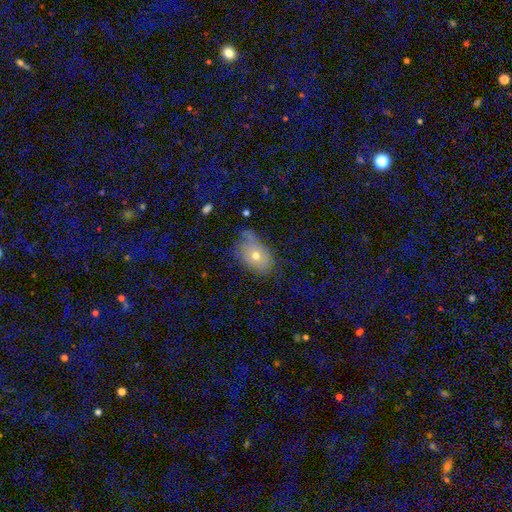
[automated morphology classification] Q: Smooth or featured?
A: smooth (65%); runner-up: featured or disk (25%)
Q: How rounded?
A: in between (78%); runner-up: round (20%)
Q: Merging?
A: none (44%); runner-up: minor disturbance (32%)